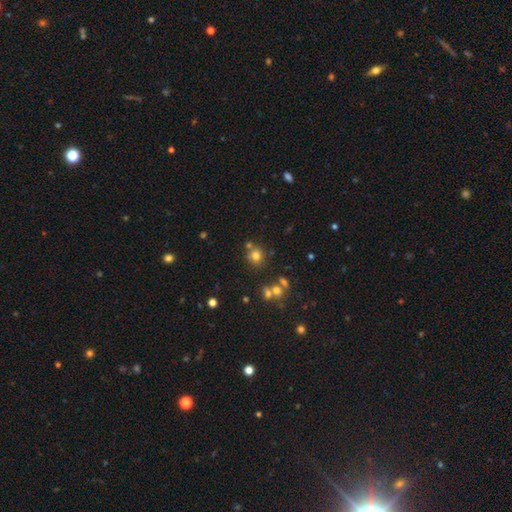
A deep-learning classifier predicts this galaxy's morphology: Smooth or featured? smooth (74%)
How rounded? round (87%)
Merging? none (71%)